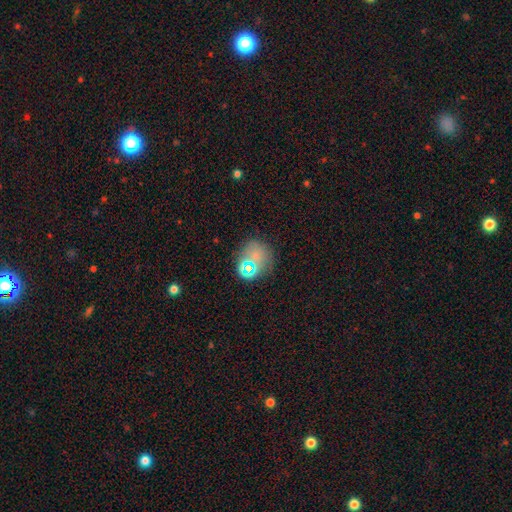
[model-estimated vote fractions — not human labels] A smooth galaxy with no disk features (64%) that is round (71%). Merging: none (72%).